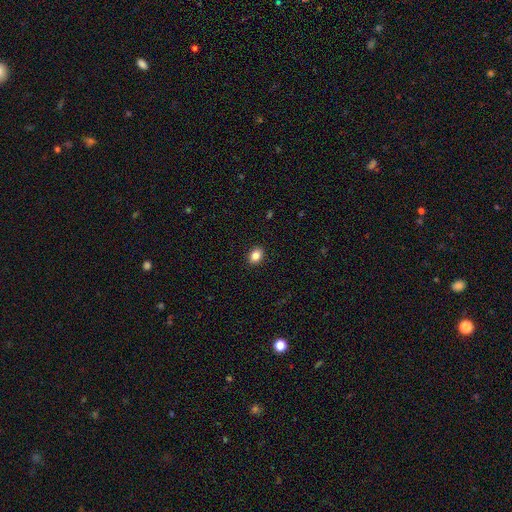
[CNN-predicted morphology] Smooth or featured? Predicted: smooth (p=0.85). How rounded? Predicted: in between (p=0.69). Merging? Predicted: none (p=0.90).